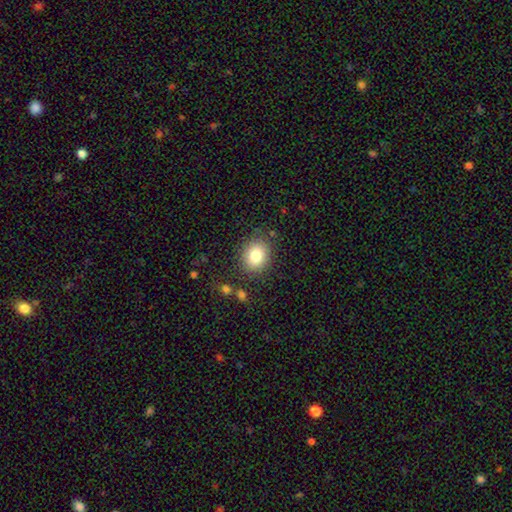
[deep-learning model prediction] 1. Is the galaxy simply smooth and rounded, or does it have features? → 82% smooth, 9% star or artifact, 8% featured or disk.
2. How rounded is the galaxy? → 54% round, 45% in between, 1% cigar-shaped.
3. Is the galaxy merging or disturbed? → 83% none, 11% minor disturbance, 4% major disturbance, 3% merger.